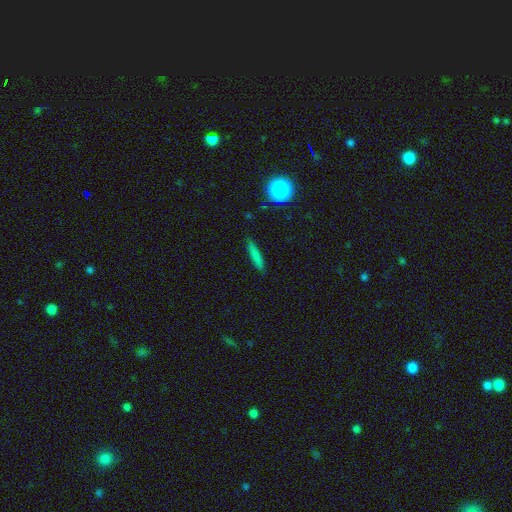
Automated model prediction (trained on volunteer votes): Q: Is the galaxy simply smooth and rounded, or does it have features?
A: smooth — 76%.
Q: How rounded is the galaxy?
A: cigar-shaped — 89%.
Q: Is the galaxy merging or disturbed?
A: none — 86%.